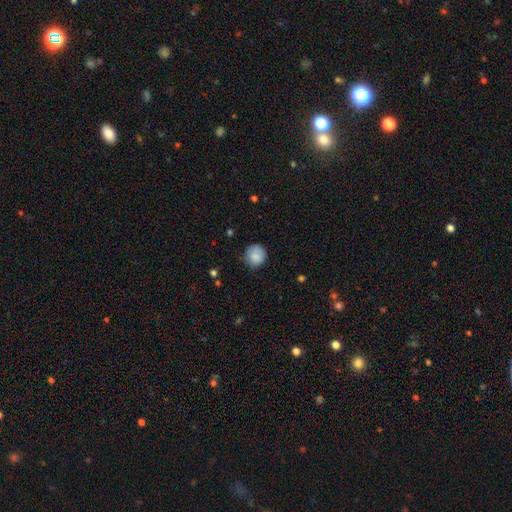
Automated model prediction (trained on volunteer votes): Smooth or featured?
  - smooth: 85% *
  - star or artifact: 8%
  - featured or disk: 7%
How rounded?
  - round: 91% *
  - in between: 8%
  - cigar-shaped: 1%
Merging?
  - none: 75% *
  - minor disturbance: 19%
  - major disturbance: 4%
  - merger: 1%